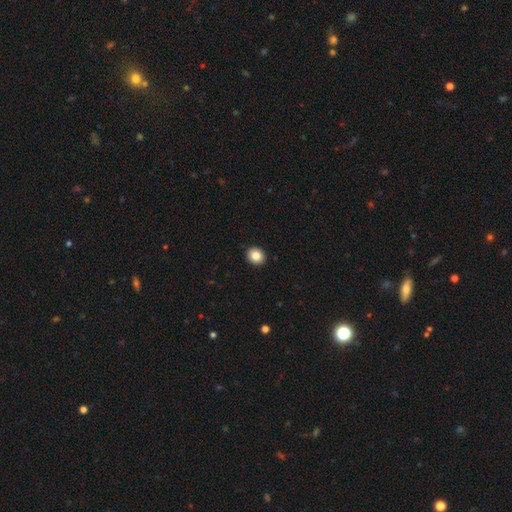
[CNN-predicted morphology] Smooth or featured? smooth (86%)
How rounded? round (73%)
Merging? none (93%)